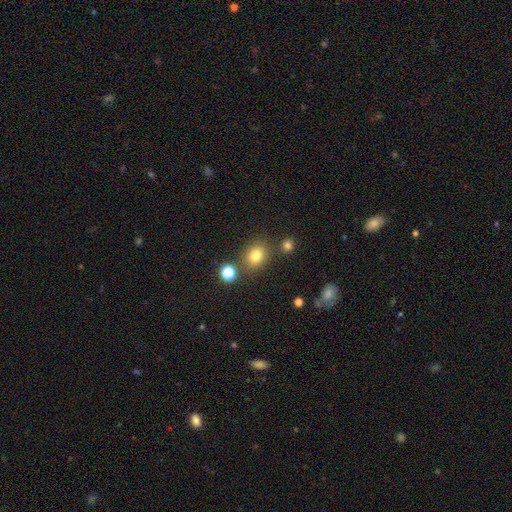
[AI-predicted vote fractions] Smooth or featured? smooth (78%)
How rounded? round (61%)
Merging? none (76%)